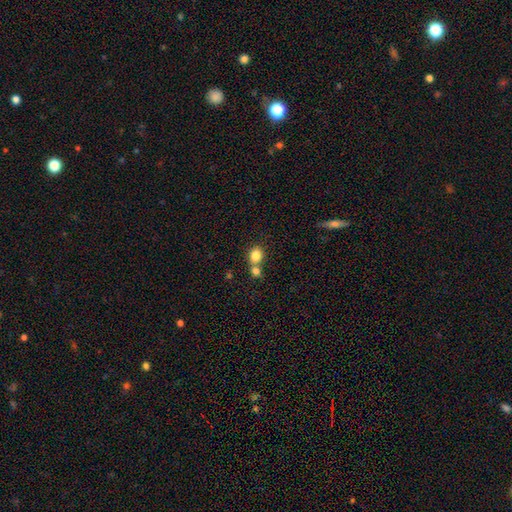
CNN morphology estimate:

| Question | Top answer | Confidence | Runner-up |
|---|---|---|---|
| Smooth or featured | smooth | 83% | star or artifact (10%) |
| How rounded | round | 63% | in between (36%) |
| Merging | none | 47% | merger (43%) |